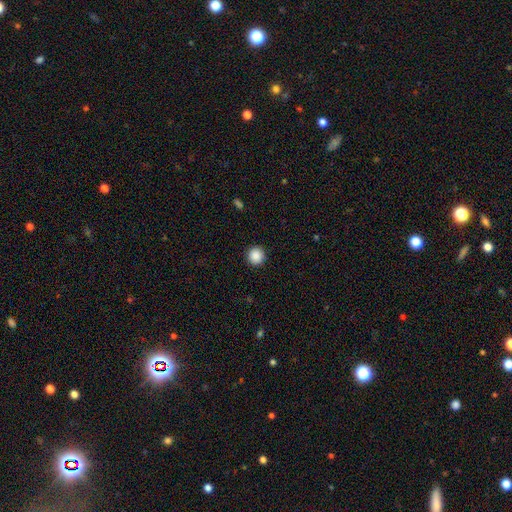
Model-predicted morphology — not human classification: Smooth or featured? Predicted: smooth (p=0.89). How rounded? Predicted: round (p=0.95). Merging? Predicted: none (p=0.92).